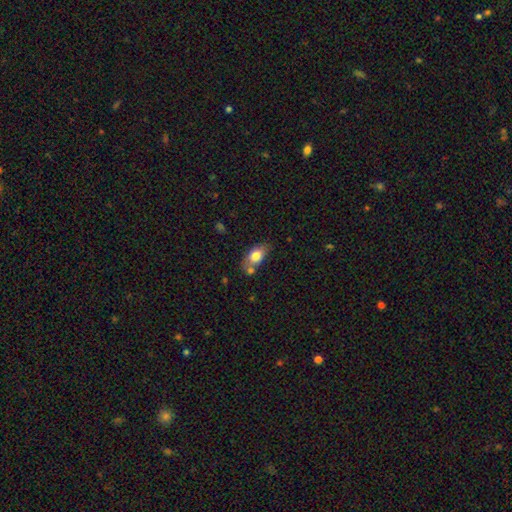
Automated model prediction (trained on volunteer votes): Smooth or featured? Predicted: smooth (p=0.76). How rounded? Predicted: in between (p=0.87). Merging? Predicted: none (p=0.56).